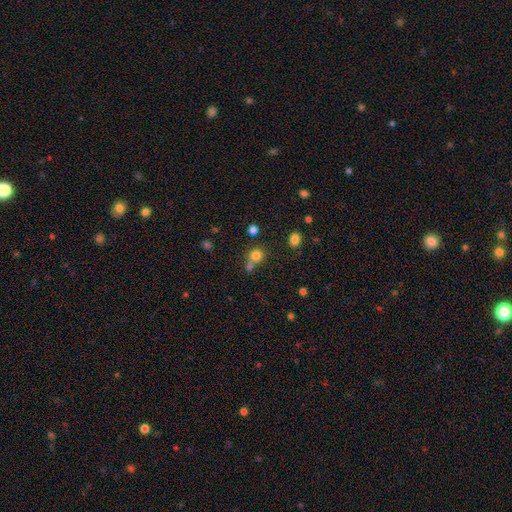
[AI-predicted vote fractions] This is likely a smooth galaxy (78%). How rounded: clearly round (82%). Merging: possibly none (52%).